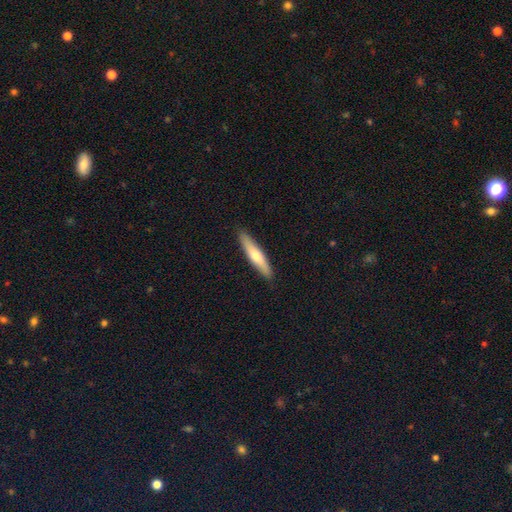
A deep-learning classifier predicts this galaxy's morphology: smooth 56%, featured or disk 39%, star or artifact 5%. Down the decision tree: how rounded — cigar-shaped (87%); merging — none (90%).